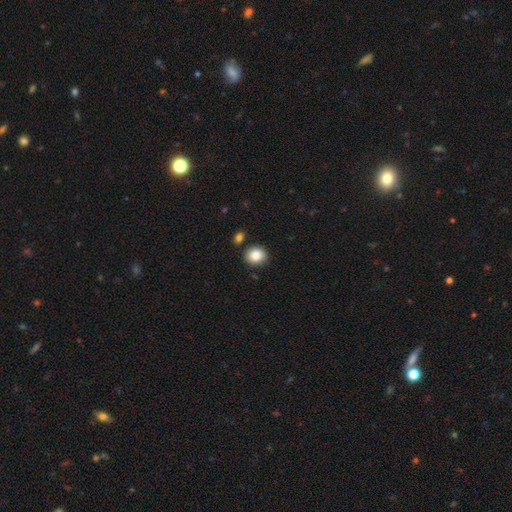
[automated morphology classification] Smooth or featured? Predicted: smooth (p=0.87). How rounded? Predicted: round (p=0.70). Merging? Predicted: none (p=0.84).